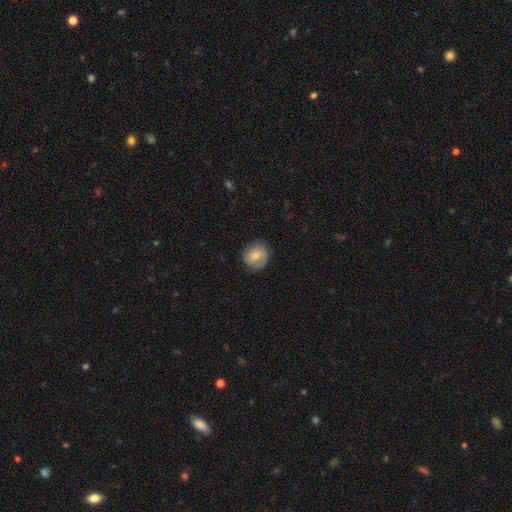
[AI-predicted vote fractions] The model was most divided on "smooth or featured": smooth: 69%, featured or disk: 24%, star or artifact: 7%. More confident: how rounded — round (82%); merging — none (80%).